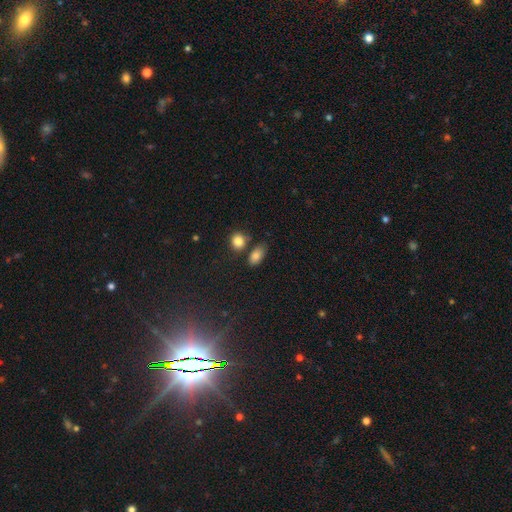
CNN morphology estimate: Smooth or featured: smooth — 82% (star or artifact — 10%)
How rounded: in between — 84% (round — 13%)
Merging: none — 62% (minor disturbance — 17%)